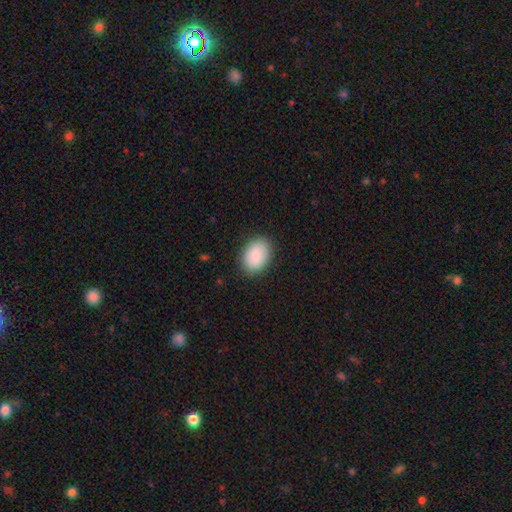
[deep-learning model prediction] smooth_or_featured: smooth (p=0.87) [alt: featured or disk p=0.06]
how_rounded: in between (p=0.80) [alt: round p=0.19]
merging: none (p=0.87) [alt: minor disturbance p=0.10]